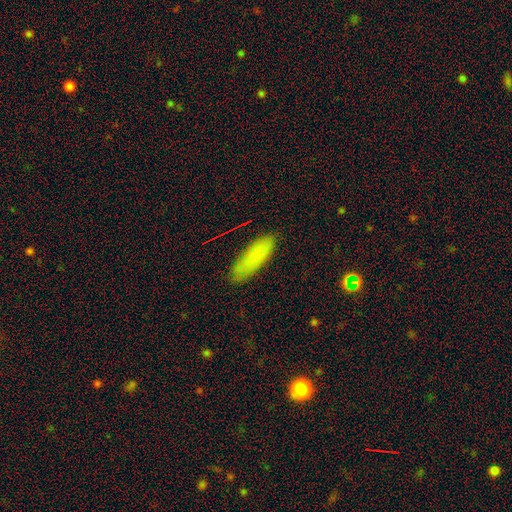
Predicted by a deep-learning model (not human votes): This is clearly a smooth galaxy (83%). How rounded: possibly in between (50%). Merging: likely none (78%).